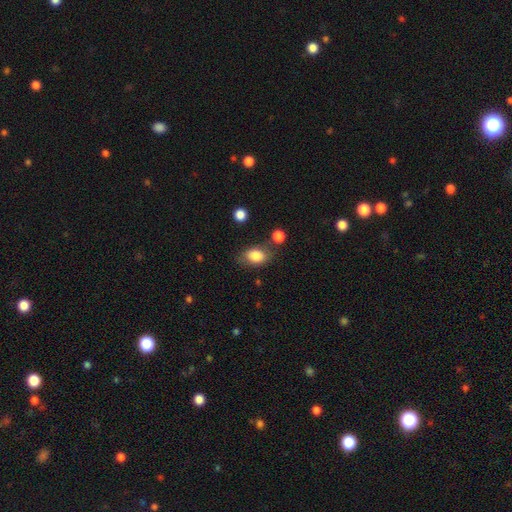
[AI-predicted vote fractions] Smooth or featured? smooth (84%)
How rounded? in between (81%)
Merging? none (68%)